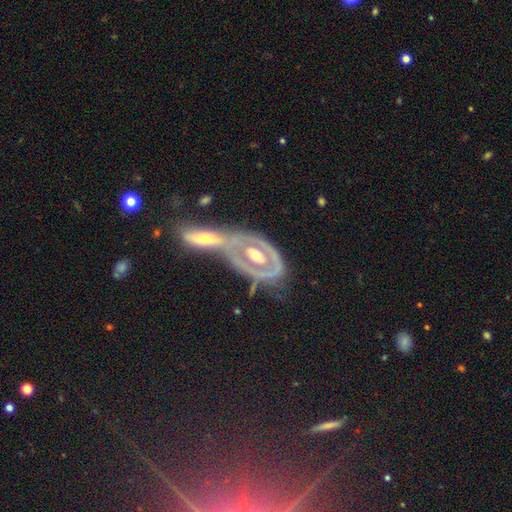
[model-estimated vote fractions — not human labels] Smooth or featured? featured or disk (78%)
Edge-on disk? no (91%)
Bar? no (65%)
Spiral arms? no (54%)
Bulge size? moderate (73%)
Merging? merger (45%)